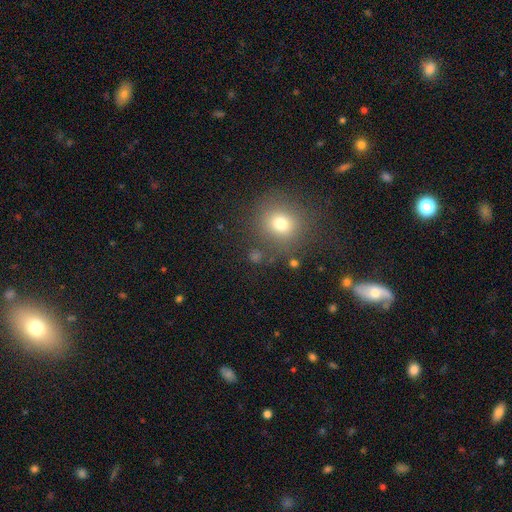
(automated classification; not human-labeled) smooth 64%, star or artifact 27%, featured or disk 9%. Down the decision tree: how rounded — round (86%); merging — none (80%).